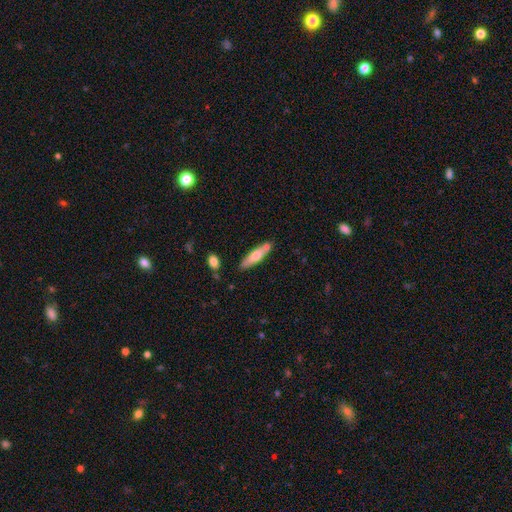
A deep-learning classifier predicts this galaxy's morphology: The model was most divided on "smooth or featured": smooth: 65%, featured or disk: 29%, star or artifact: 6%. More confident: how rounded — cigar-shaped (74%); merging — none (70%).